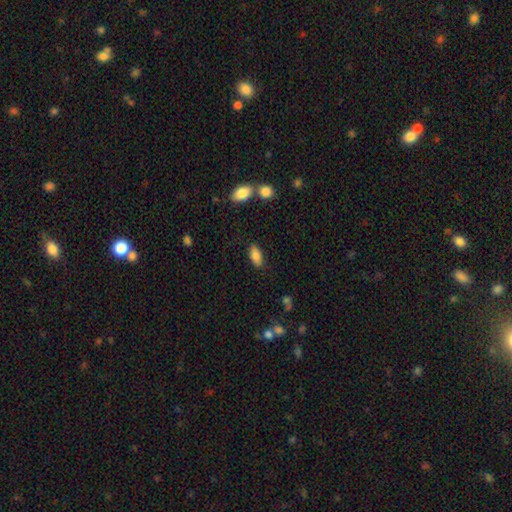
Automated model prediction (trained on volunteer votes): Overall: smooth (85%). How rounded: in between (89%). Merging: none (83%).